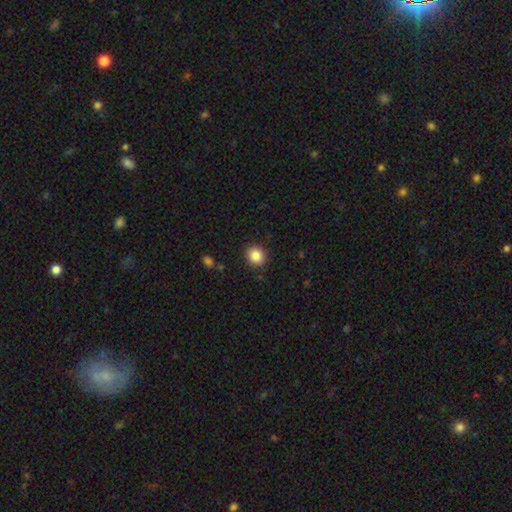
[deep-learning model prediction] Smooth or featured? smooth (85%)
How rounded? round (75%)
Merging? none (90%)